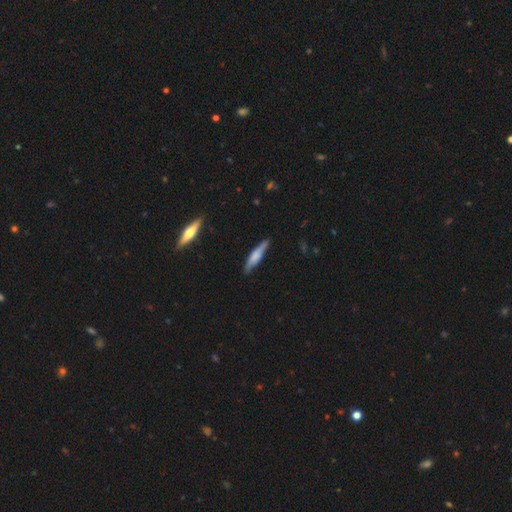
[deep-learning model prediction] Overall: smooth (52%; featured or disk 42%). How rounded: cigar-shaped (81%). Merging: none (82%).